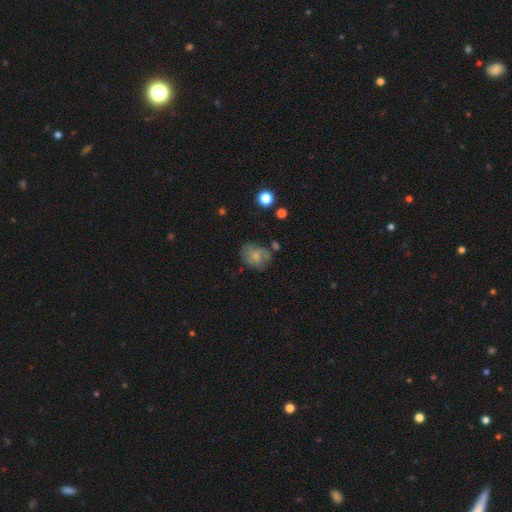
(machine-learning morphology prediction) A smooth galaxy with no disk features (61%) that is in between round and cigar-shaped (55%).

Vote fractions:
- Smooth or featured? smooth: 61% / featured or disk: 29% / star or artifact: 10%
- How rounded? in between: 55% / round: 44% / cigar-shaped: 1%
- Merging? none: 46% / minor disturbance: 30% / major disturbance: 17% / merger: 7%